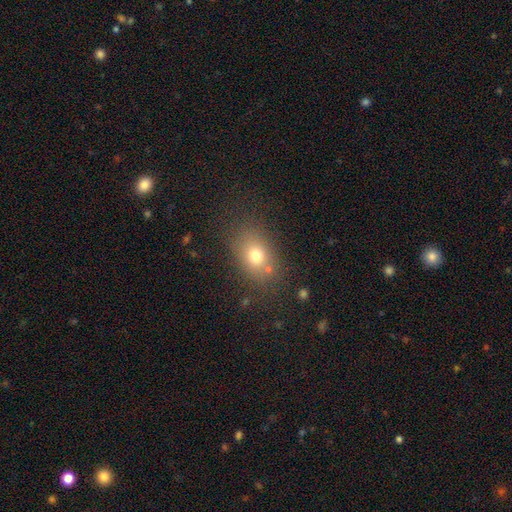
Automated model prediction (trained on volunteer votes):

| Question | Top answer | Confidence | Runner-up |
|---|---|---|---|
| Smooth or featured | smooth | 74% | star or artifact (13%) |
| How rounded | in between | 69% | round (29%) |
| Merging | none | 75% | minor disturbance (14%) |